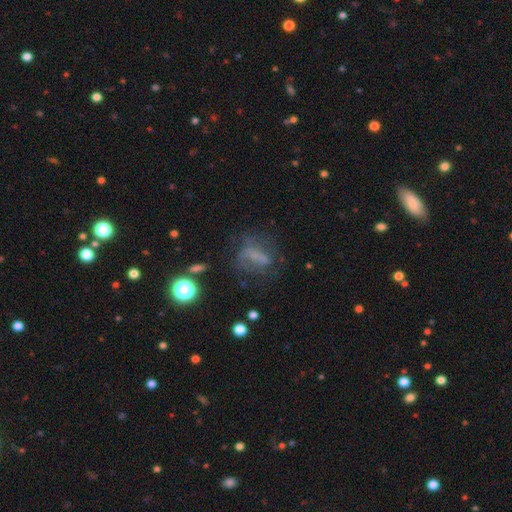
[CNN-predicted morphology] smooth 40%, featured or disk 37%, star or artifact 23%. Down the decision tree: merging — none (47%).